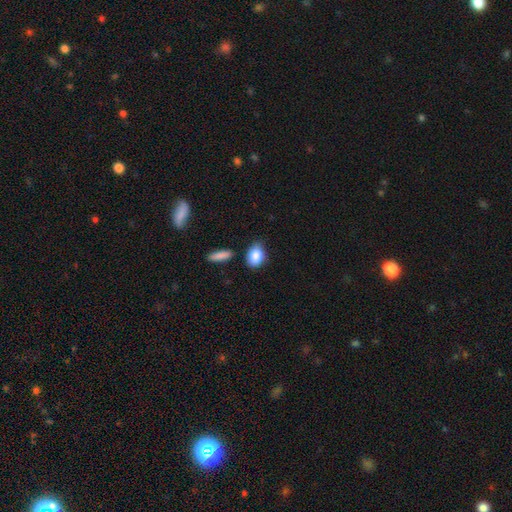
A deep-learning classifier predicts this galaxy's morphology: type=smooth (85%); roundness=in between (72%); merging=none (68%).